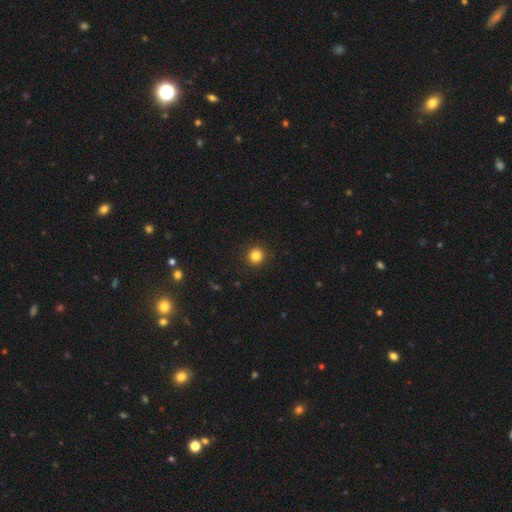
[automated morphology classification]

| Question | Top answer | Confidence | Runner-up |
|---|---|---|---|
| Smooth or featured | smooth | 84% | star or artifact (12%) |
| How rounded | round | 93% | in between (6%) |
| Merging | none | 92% | minor disturbance (5%) |